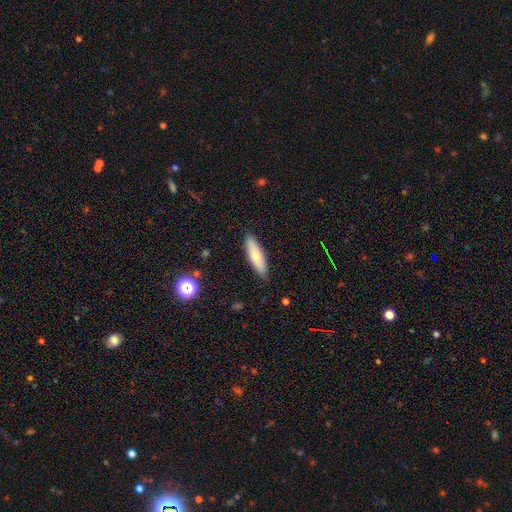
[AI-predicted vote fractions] The model was most divided on "how rounded": cigar-shaped: 59%, in between: 39%, round: 2%. More confident: merging — none (87%); smooth or featured — smooth (67%).